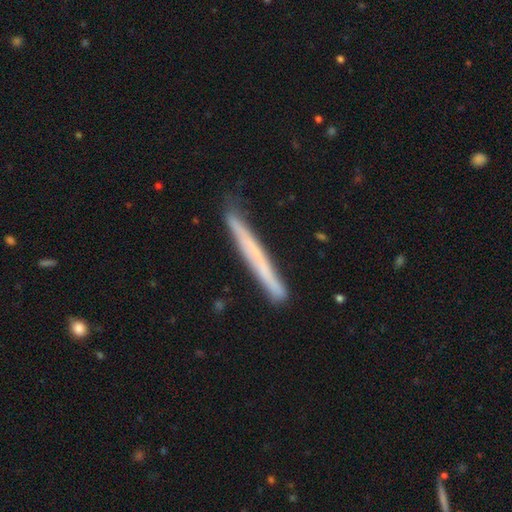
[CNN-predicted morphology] The model was most divided on "smooth or featured": smooth: 47%, featured or disk: 46%, star or artifact: 7%. More confident: merging — none (86%).